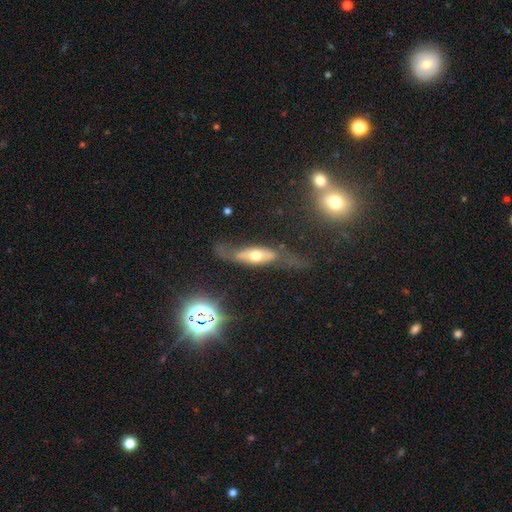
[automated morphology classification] Smooth or featured?
  - featured or disk: 57% *
  - smooth: 34%
  - star or artifact: 9%
Edge-on disk?
  - no: 57% *
  - yes: 43%
Merging?
  - none: 43% *
  - major disturbance: 28%
  - minor disturbance: 24%
  - merger: 4%